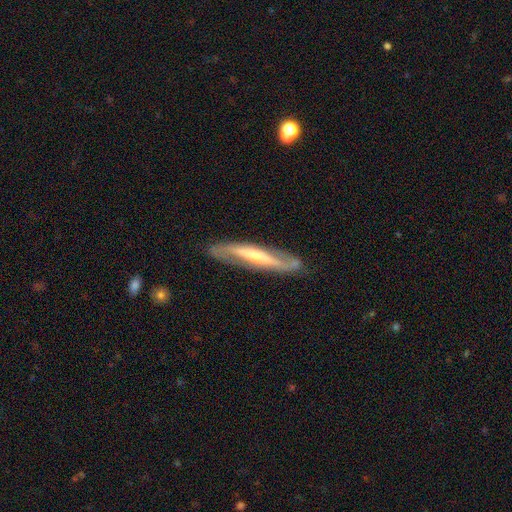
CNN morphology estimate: This appears to be a featured or disk galaxy (75%) viewed edge-on (57%). Merging: none (80%).